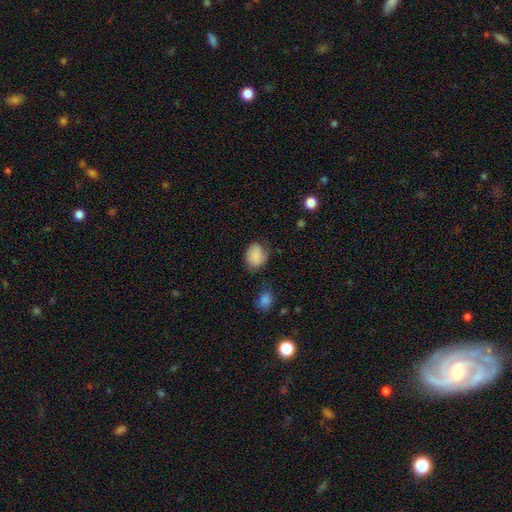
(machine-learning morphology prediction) A smooth galaxy with no disk features (81%) that is in between round and cigar-shaped (56%).

Vote fractions:
- Smooth or featured? smooth: 81% / featured or disk: 11% / star or artifact: 8%
- How rounded? in between: 56% / round: 43% / cigar-shaped: 1%
- Merging? none: 52% / minor disturbance: 31% / major disturbance: 13% / merger: 4%